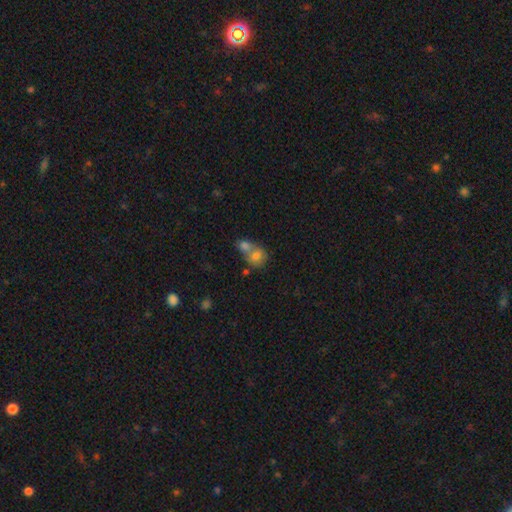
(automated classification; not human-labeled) Smooth or featured? smooth (76%)
How rounded? round (67%)
Merging? merger (61%)